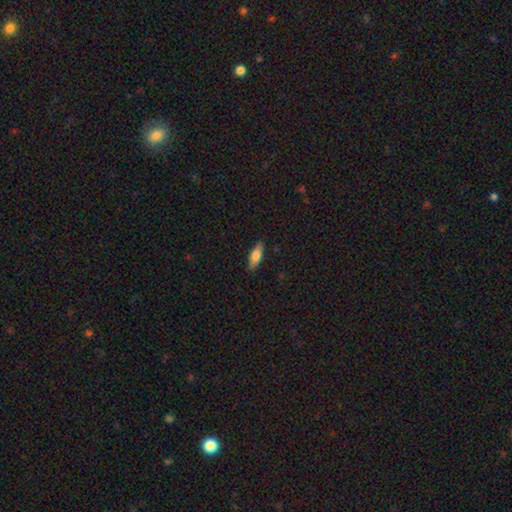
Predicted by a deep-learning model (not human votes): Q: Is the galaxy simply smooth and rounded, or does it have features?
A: smooth — 68%.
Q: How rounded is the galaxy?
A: in between — 56%.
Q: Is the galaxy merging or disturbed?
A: none — 88%.